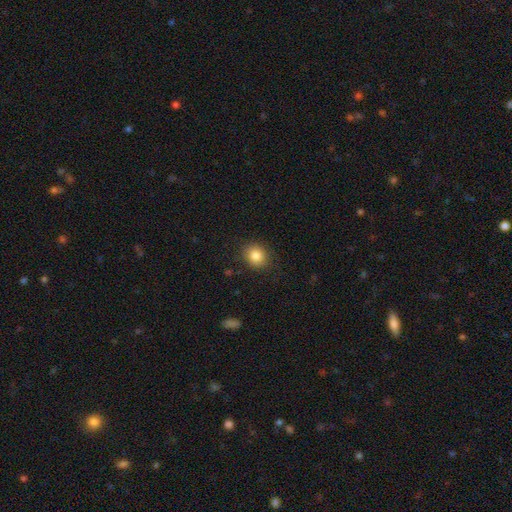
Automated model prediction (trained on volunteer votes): smooth-or-featured: smooth: 84% | star or artifact: 10% | featured or disk: 6%
  how-rounded: round: 72% | in between: 27% | cigar-shaped: 1%
  merging: none: 86% | minor disturbance: 10% | major disturbance: 3% | merger: 1%